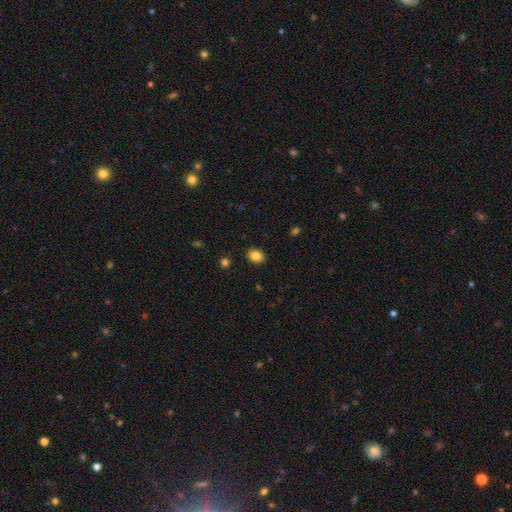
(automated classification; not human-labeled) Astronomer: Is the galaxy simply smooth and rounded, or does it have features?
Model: smooth — 84%.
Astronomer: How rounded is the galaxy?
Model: in between — 59% (runner-up: round, 40%).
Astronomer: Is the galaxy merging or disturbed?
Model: none — 89%.